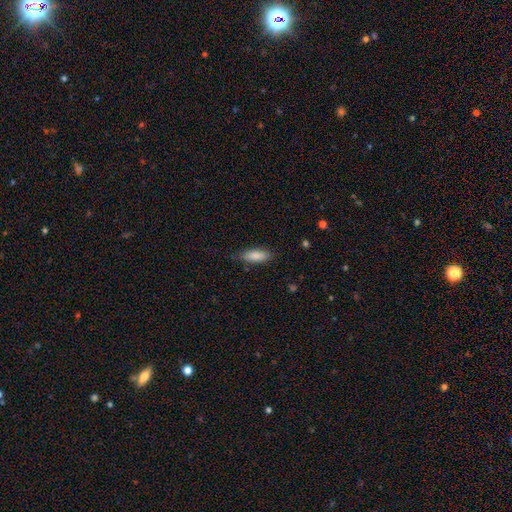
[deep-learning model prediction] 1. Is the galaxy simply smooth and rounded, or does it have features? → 86% smooth, 8% featured or disk, 6% star or artifact.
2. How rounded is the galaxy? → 67% in between, 31% cigar-shaped, 2% round.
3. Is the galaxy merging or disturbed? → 79% none, 17% minor disturbance, 3% major disturbance, 1% merger.